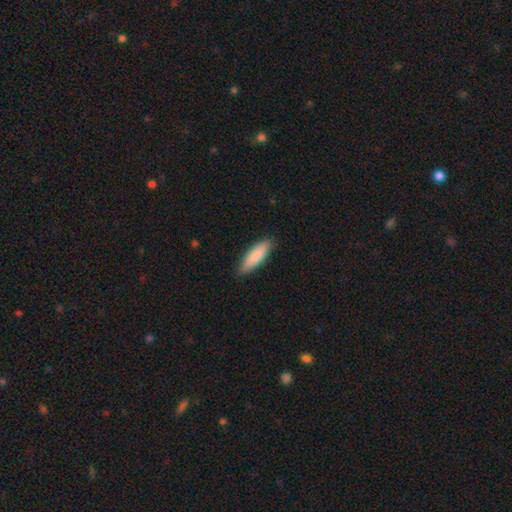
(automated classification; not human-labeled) This appears to be a smooth galaxy with no disk features (86%) that is cigar-shaped (53%). Merging: none (86%).